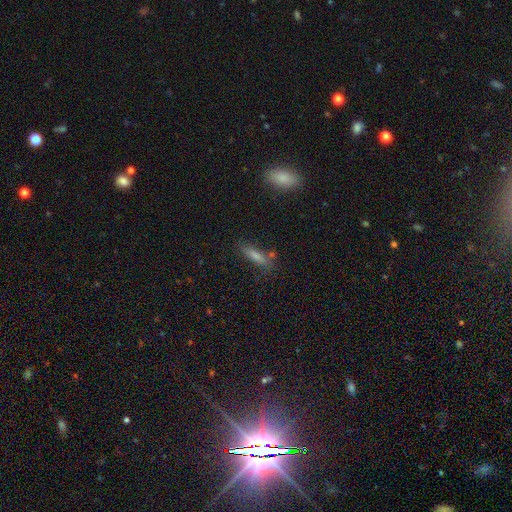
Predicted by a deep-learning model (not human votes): Smooth or featured: smooth — 63% (featured or disk — 22%)
How rounded: cigar-shaped — 74% (in between — 23%)
Merging: none — 75% (minor disturbance — 15%)